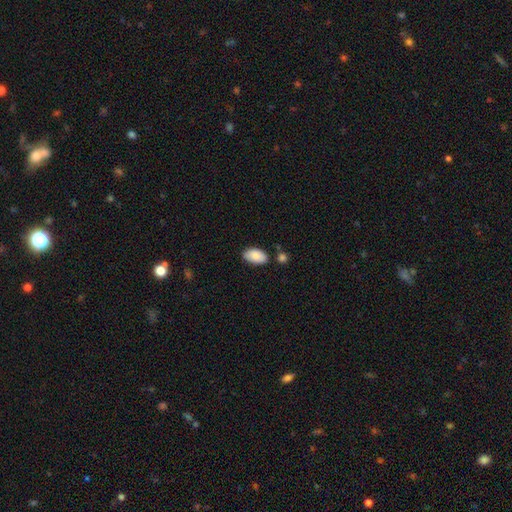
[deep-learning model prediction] Overall: smooth (87%). How rounded: in between (95%). Merging: none (74%).